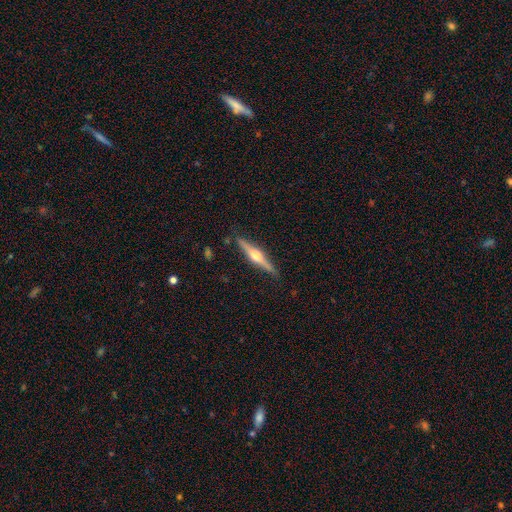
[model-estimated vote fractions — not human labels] Smooth or featured: featured or disk — 75% (smooth — 20%)
Edge-on disk: yes — 98% (no — 2%)
Edge-on bulge: rounded — 93% (boxy — 5%)
Merging: none — 88% (minor disturbance — 9%)